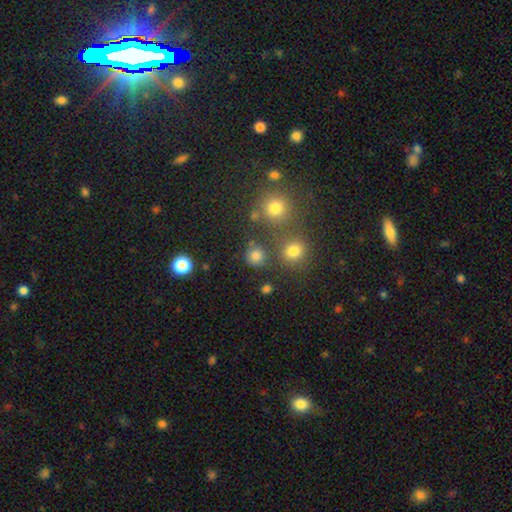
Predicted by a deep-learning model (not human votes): A smooth galaxy with no disk features (77%) that is round (90%).

Vote fractions:
- Smooth or featured? smooth: 77% / star or artifact: 17% / featured or disk: 5%
- How rounded? round: 90% / in between: 9% / cigar-shaped: 1%
- Merging? none: 77% / merger: 10% / minor disturbance: 9% / major disturbance: 4%